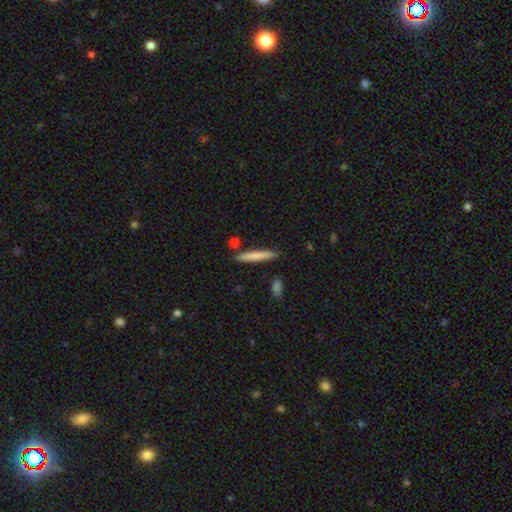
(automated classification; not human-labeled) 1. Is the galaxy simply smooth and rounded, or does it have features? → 75% smooth, 19% featured or disk, 6% star or artifact.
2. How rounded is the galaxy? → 94% cigar-shaped, 5% in between, 2% round.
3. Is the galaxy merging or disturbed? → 86% none, 8% minor disturbance, 4% merger, 2% major disturbance.